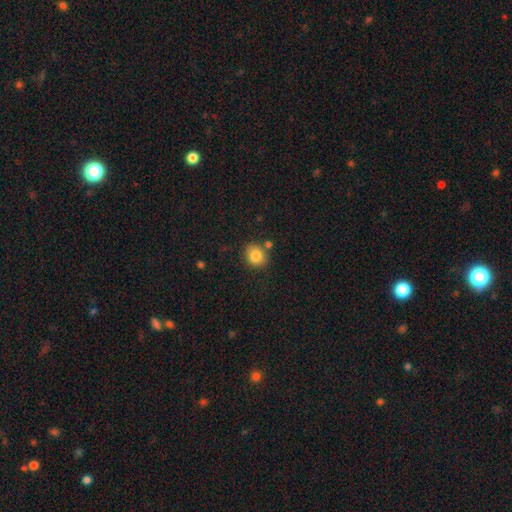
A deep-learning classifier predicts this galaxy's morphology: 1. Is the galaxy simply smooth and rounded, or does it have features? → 84% smooth, 10% star or artifact, 7% featured or disk.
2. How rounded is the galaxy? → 72% round, 27% in between, 1% cigar-shaped.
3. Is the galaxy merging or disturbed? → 77% none, 11% minor disturbance, 9% merger, 3% major disturbance.